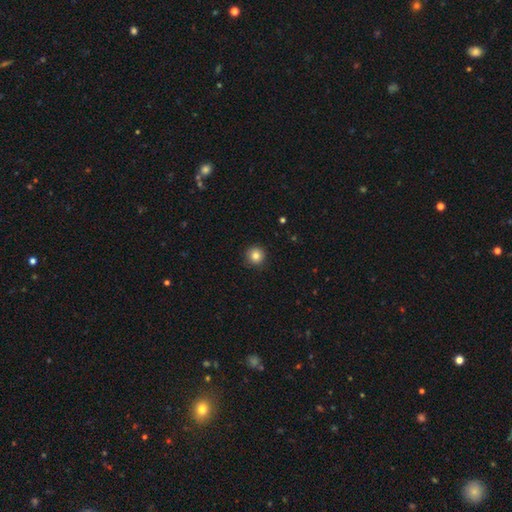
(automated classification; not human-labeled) This is clearly a smooth galaxy (83%). How rounded: clearly round (96%). Merging: clearly none (91%).